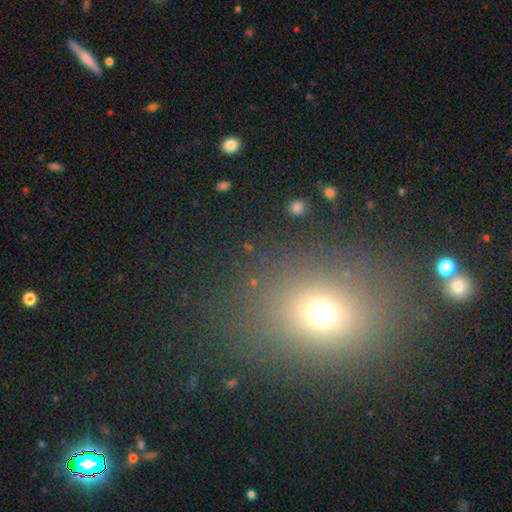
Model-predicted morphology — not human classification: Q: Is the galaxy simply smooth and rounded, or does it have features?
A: smooth — 58%.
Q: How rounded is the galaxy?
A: round — 53%.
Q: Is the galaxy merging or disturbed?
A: none — 84%.